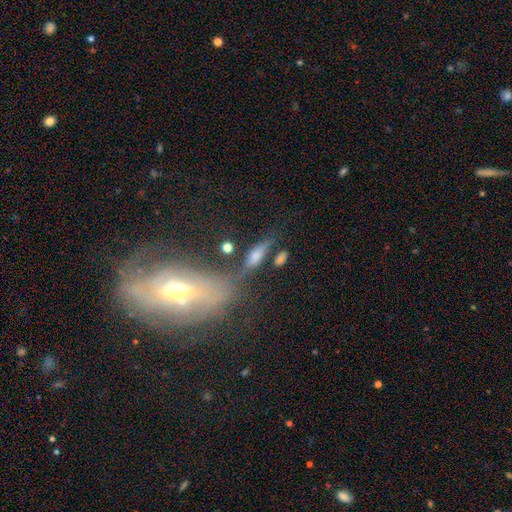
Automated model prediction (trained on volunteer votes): Smooth or featured: featured or disk — 44% (tied with smooth — 44%)
Merging: none — 54% (minor disturbance — 19%)